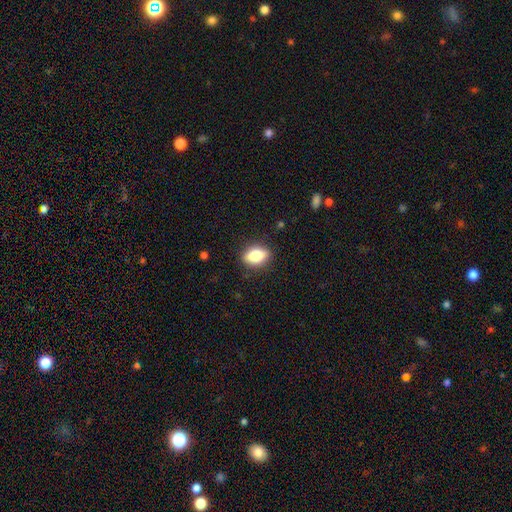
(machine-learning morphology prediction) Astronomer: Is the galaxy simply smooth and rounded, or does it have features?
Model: smooth — 77%.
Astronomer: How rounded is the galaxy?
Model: in between — 79%.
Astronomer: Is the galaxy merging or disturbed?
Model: none — 86%.